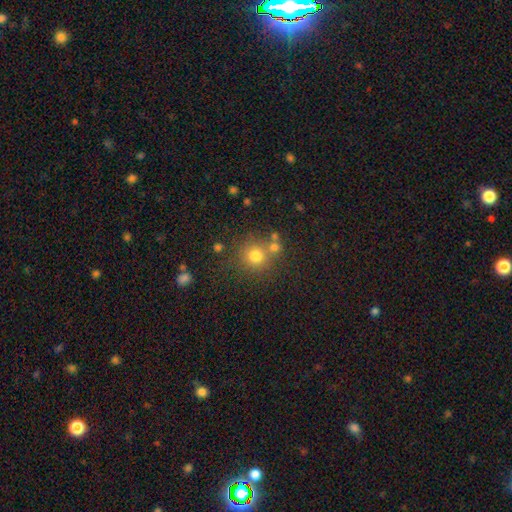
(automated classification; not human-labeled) Morphology: type=smooth (74%); roundness=round (91%); merging=none (70%).